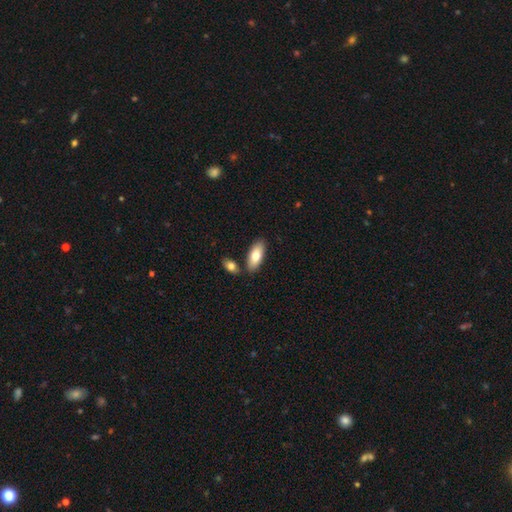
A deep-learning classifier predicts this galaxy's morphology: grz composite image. It shows a smooth galaxy with no disk features (79%) that is in between round and cigar-shaped (84%). Merging: none (78%).